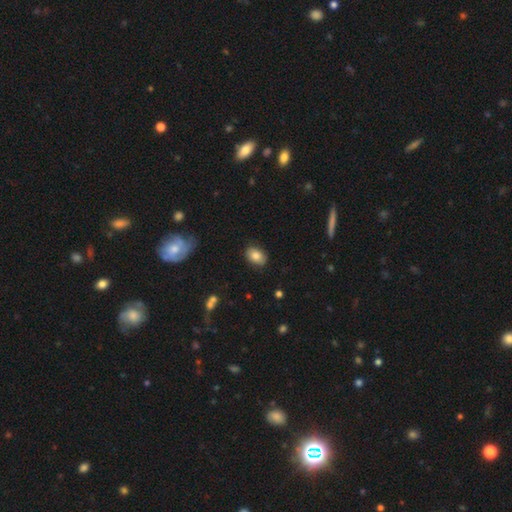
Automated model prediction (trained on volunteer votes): Smooth or featured? Predicted: smooth (p=0.82). How rounded? Predicted: in between (p=0.82). Merging? Predicted: none (p=0.84).